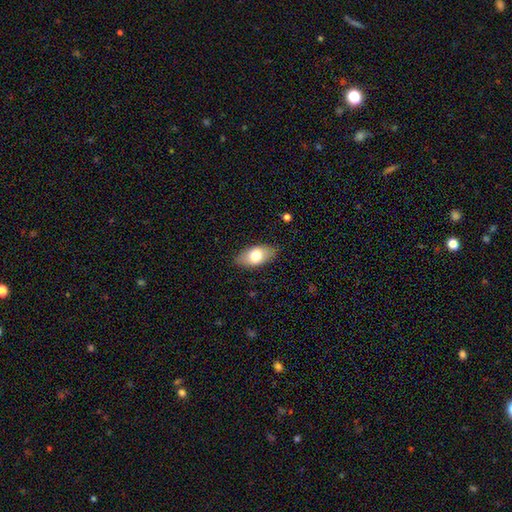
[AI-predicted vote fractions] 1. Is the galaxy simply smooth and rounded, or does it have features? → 73% smooth, 20% featured or disk, 7% star or artifact.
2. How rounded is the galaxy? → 91% in between, 5% cigar-shaped, 4% round.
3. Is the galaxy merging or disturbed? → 83% none, 13% minor disturbance, 3% major disturbance, 1% merger.